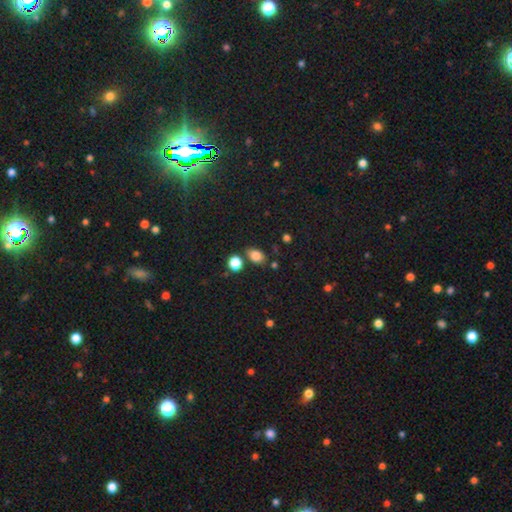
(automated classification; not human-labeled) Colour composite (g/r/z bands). It shows a smooth galaxy with no disk features (82%) that is in between round and cigar-shaped (75%). Merging: none (73%).